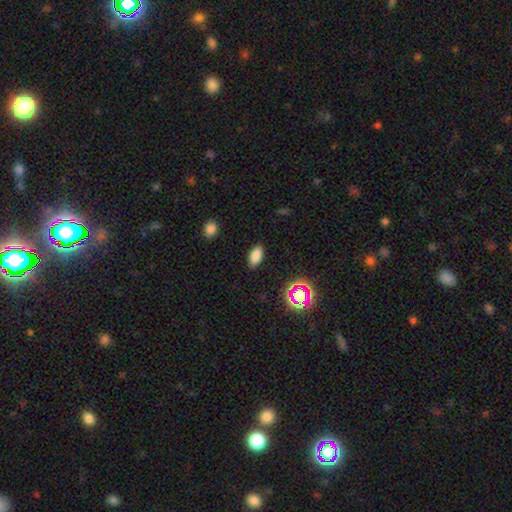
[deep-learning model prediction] Smooth or featured? Predicted: smooth (p=0.80). How rounded? Predicted: in between (p=0.89). Merging? Predicted: none (p=0.88).